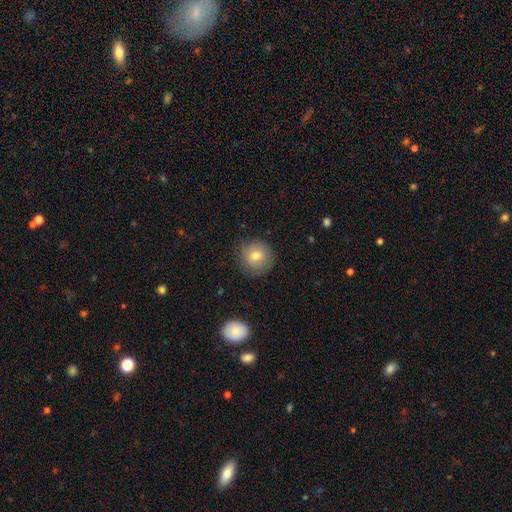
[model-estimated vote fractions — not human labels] This is likely a smooth galaxy (75%). How rounded: clearly round (92%). Merging: clearly none (83%).